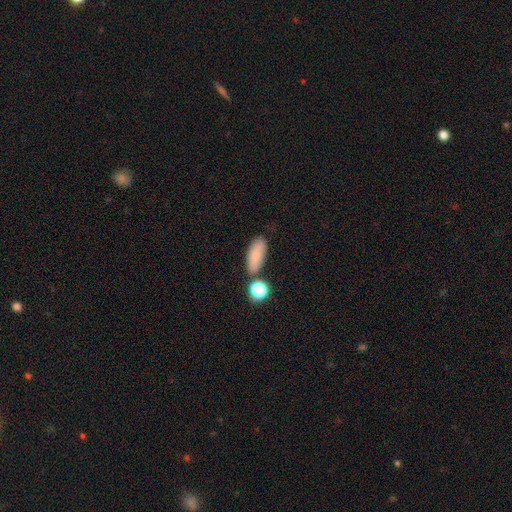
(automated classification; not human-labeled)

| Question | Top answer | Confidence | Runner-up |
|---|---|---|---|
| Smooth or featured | smooth | 82% | featured or disk (9%) |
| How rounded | in between | 78% | cigar-shaped (17%) |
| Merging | none | 73% | minor disturbance (14%) |